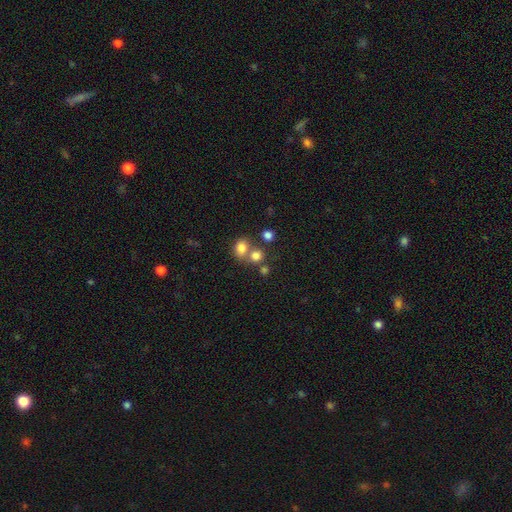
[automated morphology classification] type=smooth (76%); roundness=round (70%); merging=none (50%).